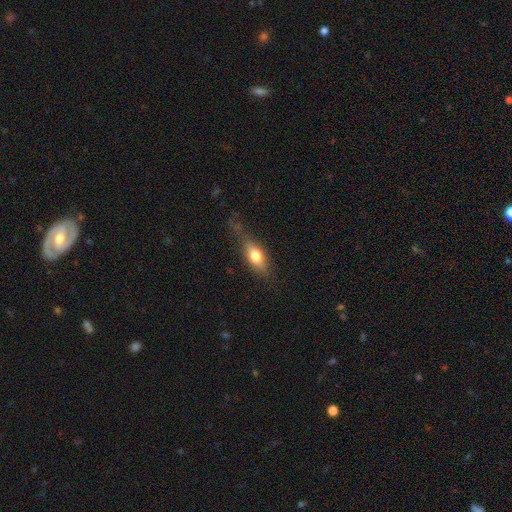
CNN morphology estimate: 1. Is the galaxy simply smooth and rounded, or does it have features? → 68% smooth, 24% featured or disk, 8% star or artifact.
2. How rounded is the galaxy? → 73% in between, 21% cigar-shaped, 6% round.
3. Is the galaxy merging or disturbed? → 54% none, 28% minor disturbance, 15% major disturbance, 3% merger.